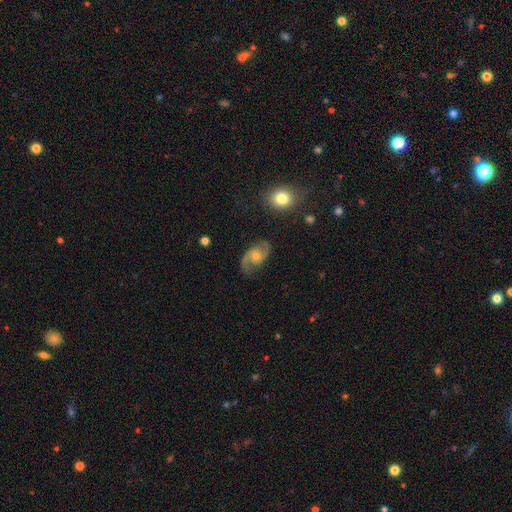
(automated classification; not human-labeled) This appears to be a featured or disk galaxy (86%) with no bar (60%), 2 (92%) medium (54%) spiral arms (97%) and a moderate central bulge (49%). Merging: none (77%).